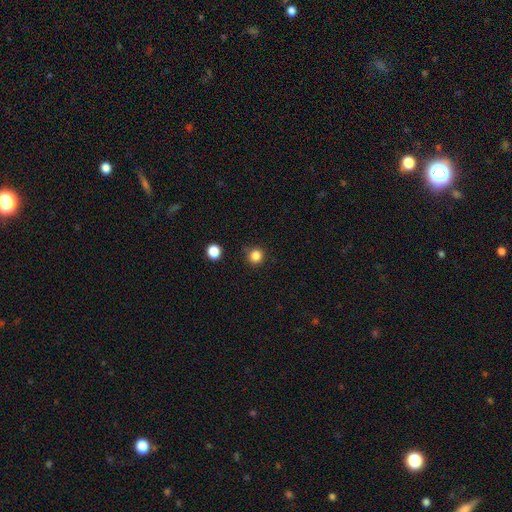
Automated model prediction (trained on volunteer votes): Q: Smooth or featured?
A: smooth (84%); runner-up: star or artifact (13%)
Q: How rounded?
A: round (93%); runner-up: in between (6%)
Q: Merging?
A: none (85%); runner-up: minor disturbance (9%)